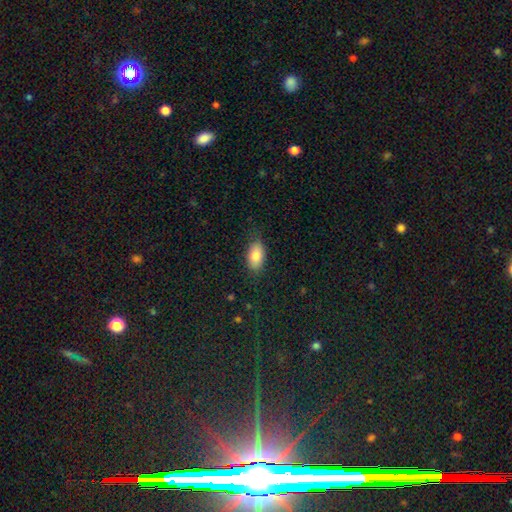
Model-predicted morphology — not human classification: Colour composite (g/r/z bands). It shows a smooth galaxy with no disk features (84%) that is in between round and cigar-shaped (92%). Merging: none (80%).